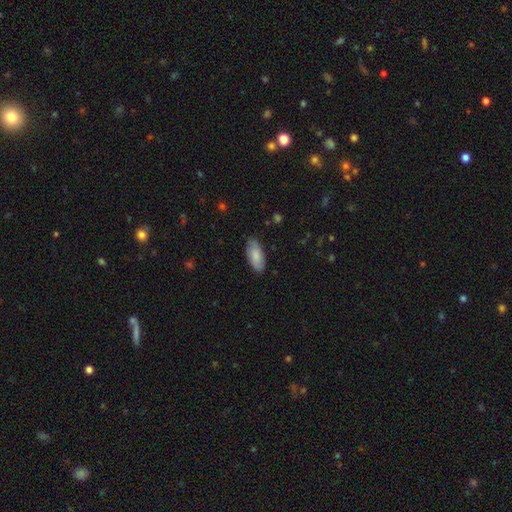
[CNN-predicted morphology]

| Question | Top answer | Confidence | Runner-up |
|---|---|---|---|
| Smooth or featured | smooth | 82% | featured or disk (12%) |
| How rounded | in between | 90% | cigar-shaped (8%) |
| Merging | none | 84% | minor disturbance (13%) |